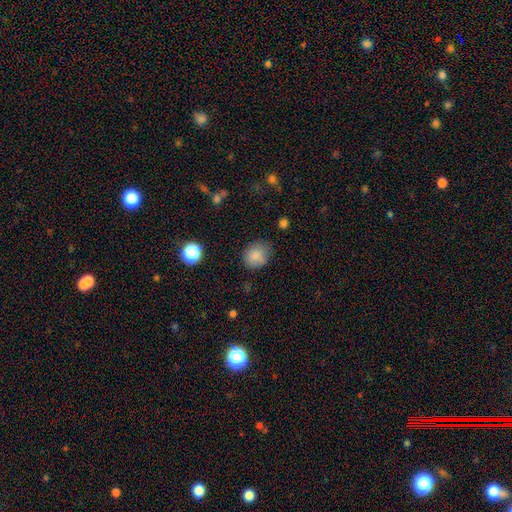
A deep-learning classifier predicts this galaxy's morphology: Smooth or featured?
  - smooth: 84% *
  - star or artifact: 10%
  - featured or disk: 5%
How rounded?
  - round: 67% *
  - in between: 32%
  - cigar-shaped: 1%
Merging?
  - none: 76% *
  - minor disturbance: 17%
  - major disturbance: 5%
  - merger: 2%